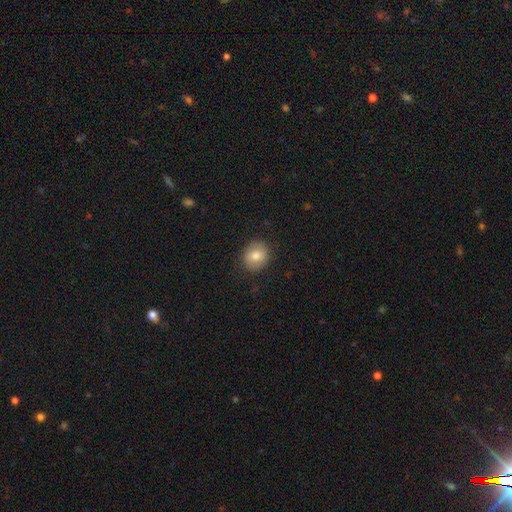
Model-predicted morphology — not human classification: Smooth or featured? smooth (77%)
How rounded? round (73%)
Merging? none (87%)